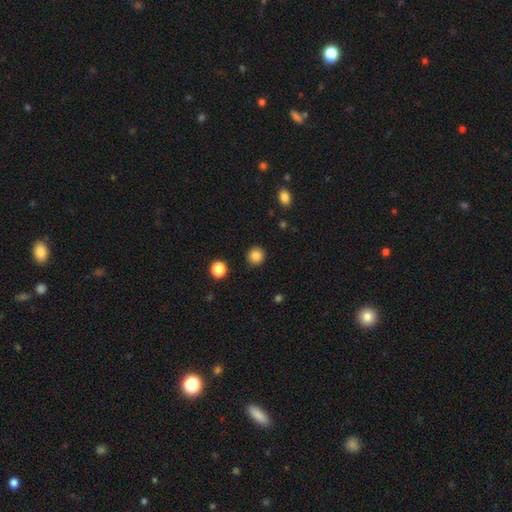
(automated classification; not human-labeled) Smooth or featured?
  - smooth: 85% *
  - star or artifact: 11%
  - featured or disk: 5%
How rounded?
  - round: 93% *
  - in between: 6%
  - cigar-shaped: 1%
Merging?
  - none: 92% *
  - minor disturbance: 5%
  - major disturbance: 2%
  - merger: 1%